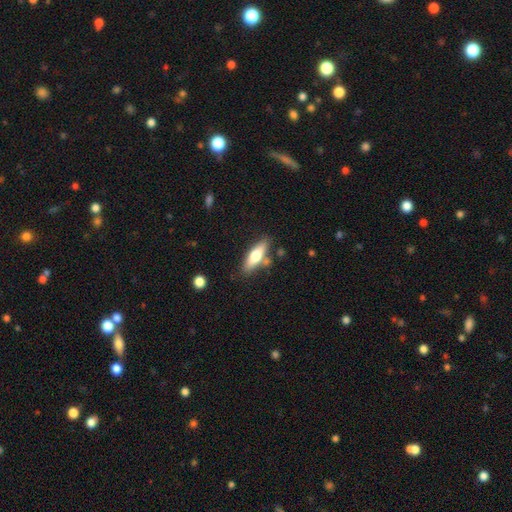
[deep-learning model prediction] Smooth or featured?
  - smooth: 61% *
  - featured or disk: 33%
  - star or artifact: 6%
How rounded?
  - cigar-shaped: 51% *
  - in between: 47%
  - round: 2%
Merging?
  - none: 76% *
  - minor disturbance: 14%
  - merger: 8%
  - major disturbance: 3%